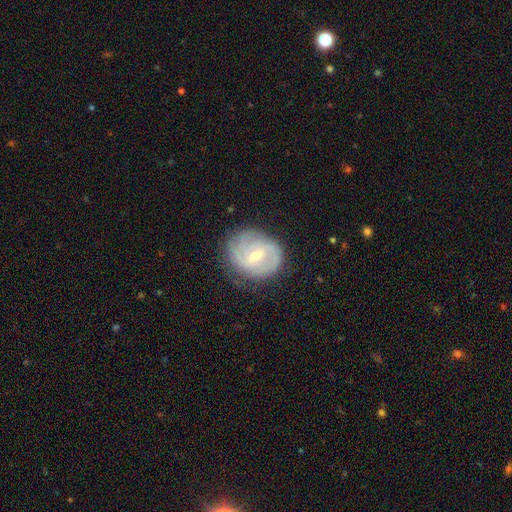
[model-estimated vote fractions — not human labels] This appears to be a featured or disk galaxy (75%) with a weak bar (49%), tight (52%) spiral arms (88%) and a small central bulge (51%). Merging: none (73%).